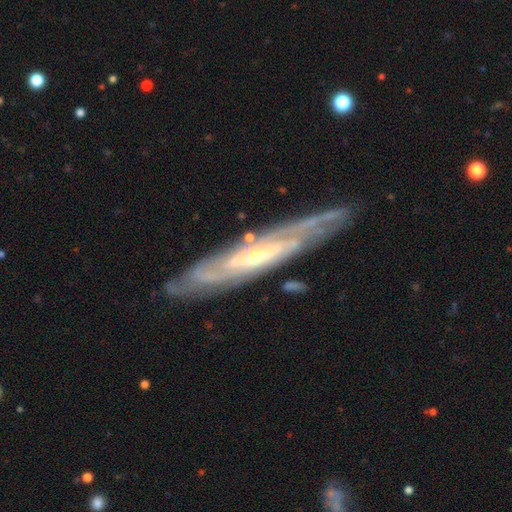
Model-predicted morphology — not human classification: Overall: featured or disk (84%). Edge-on disk: no (57%; yes 43%). Merging: none (79%).